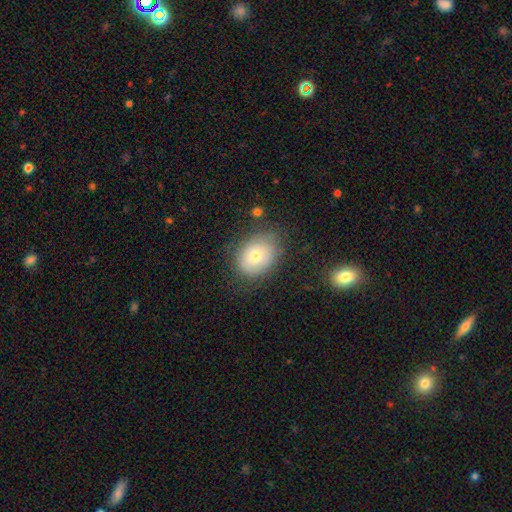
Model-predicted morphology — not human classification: smooth-or-featured: smooth: 70% | featured or disk: 21% | star or artifact: 9%
  how-rounded: in between: 67% | round: 33% | cigar-shaped: 1%
  merging: none: 72% | minor disturbance: 20% | major disturbance: 6% | merger: 2%